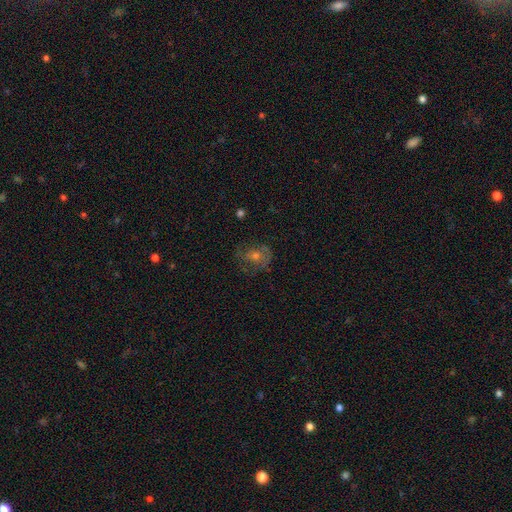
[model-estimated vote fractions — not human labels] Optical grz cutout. It shows a featured or disk galaxy (46%). Merging: none (63%).